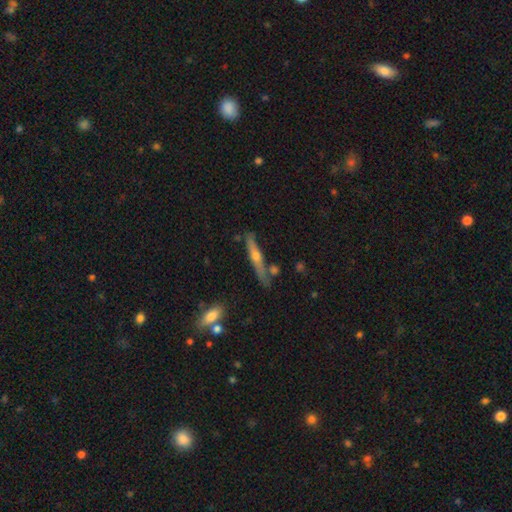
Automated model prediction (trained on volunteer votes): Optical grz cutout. It shows a featured or disk galaxy (65%) viewed edge-on (95%) with a rounded central bulge (88%). Merging: none (77%).